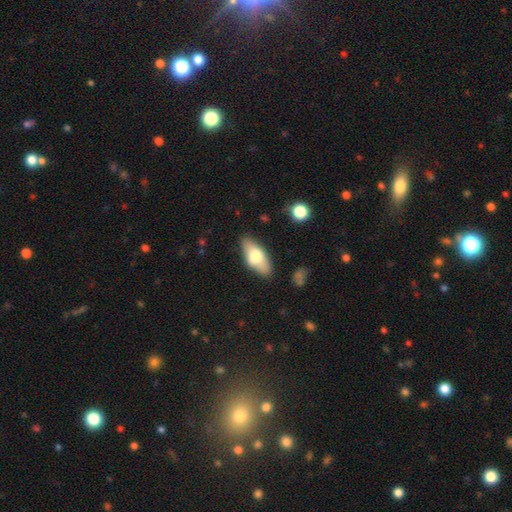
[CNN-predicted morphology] smooth 65%, featured or disk 29%, star or artifact 6%. Down the decision tree: how rounded — in between (83%); merging — none (80%).